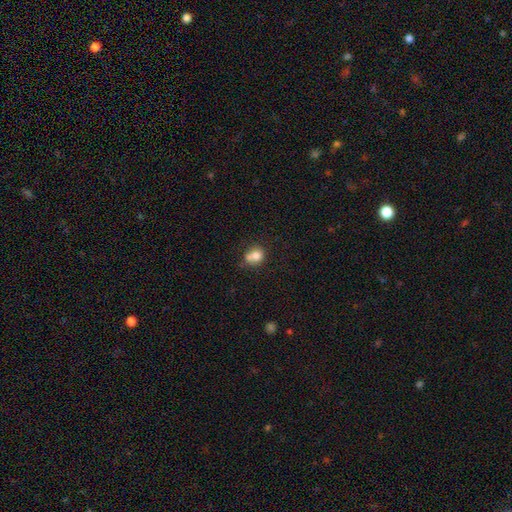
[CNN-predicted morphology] This is likely a smooth galaxy (76%). How rounded: likely round (63%). Merging: marginally none (42%).